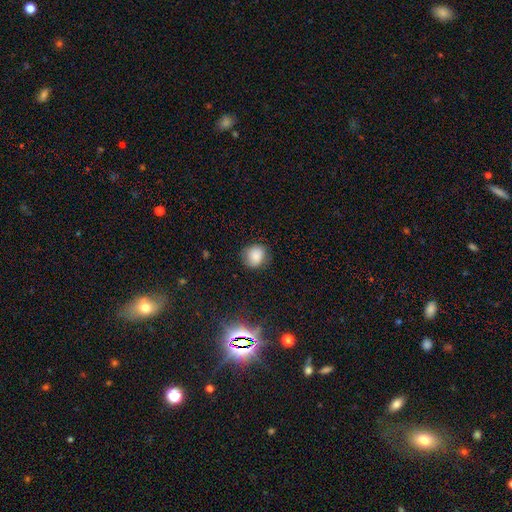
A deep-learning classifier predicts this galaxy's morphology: Smooth or featured? smooth (84%)
How rounded? round (79%)
Merging? none (77%)